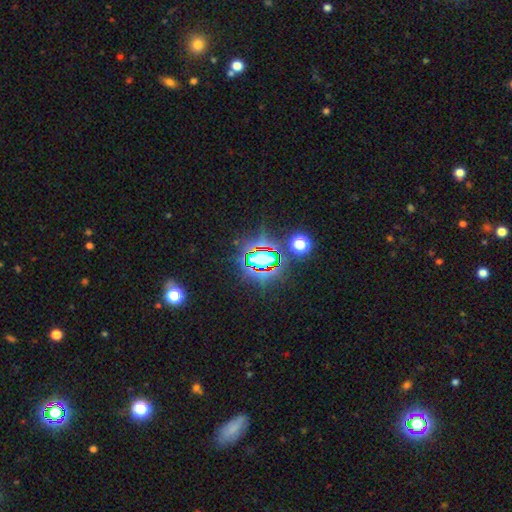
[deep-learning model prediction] This appears to be a star or artifact, not a galaxy (76%).